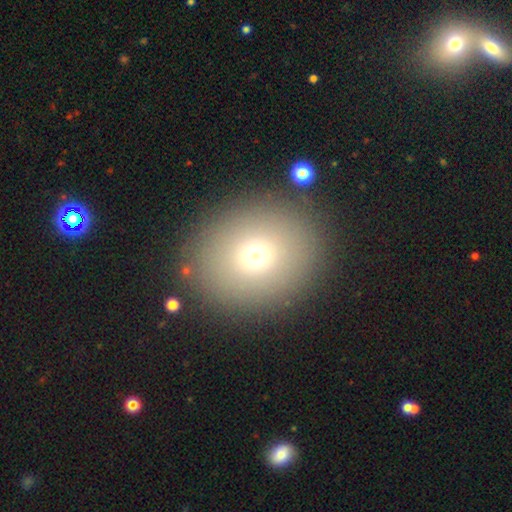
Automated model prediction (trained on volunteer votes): smooth 73%, featured or disk 14%, star or artifact 14%. Down the decision tree: how rounded — round (65%); merging — none (87%).